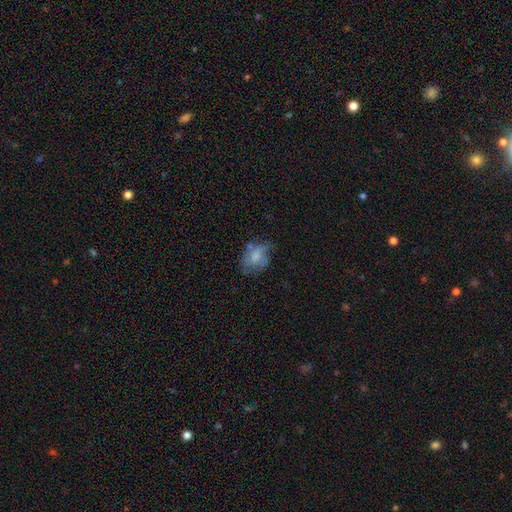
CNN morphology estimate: This appears to be a smooth galaxy with no disk features (57%) that is in between round and cigar-shaped (76%). Merging: none (41%).